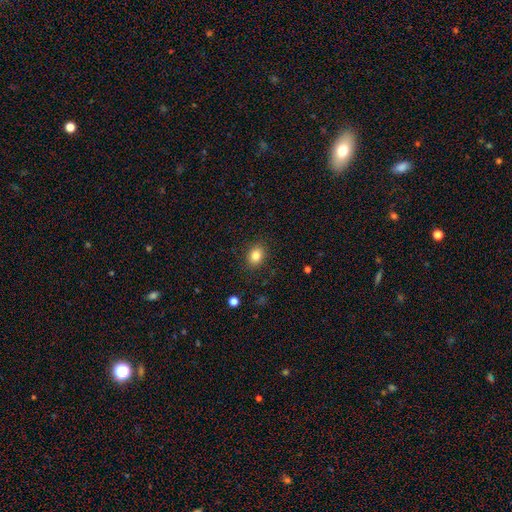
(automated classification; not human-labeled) This appears to be a smooth galaxy with no disk features (83%) that is in between round and cigar-shaped (56%). Merging: none (87%).